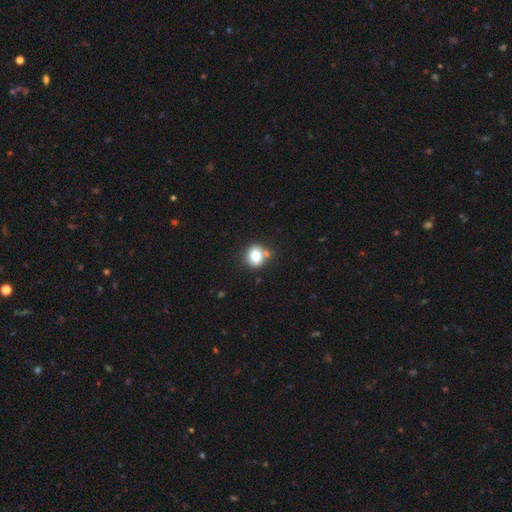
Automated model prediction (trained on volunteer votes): Smooth or featured?
  - smooth: 81% *
  - star or artifact: 11%
  - featured or disk: 8%
How rounded?
  - round: 78% *
  - in between: 21%
  - cigar-shaped: 1%
Merging?
  - none: 70% *
  - minor disturbance: 14%
  - merger: 12%
  - major disturbance: 4%